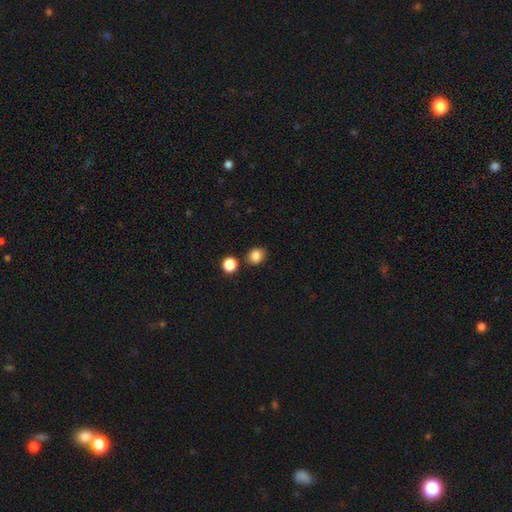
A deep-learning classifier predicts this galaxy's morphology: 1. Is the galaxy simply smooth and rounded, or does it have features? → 85% smooth, 11% star or artifact, 4% featured or disk.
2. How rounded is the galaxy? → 65% round, 34% in between, 1% cigar-shaped.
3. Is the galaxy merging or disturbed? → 81% none, 10% minor disturbance, 6% merger, 3% major disturbance.